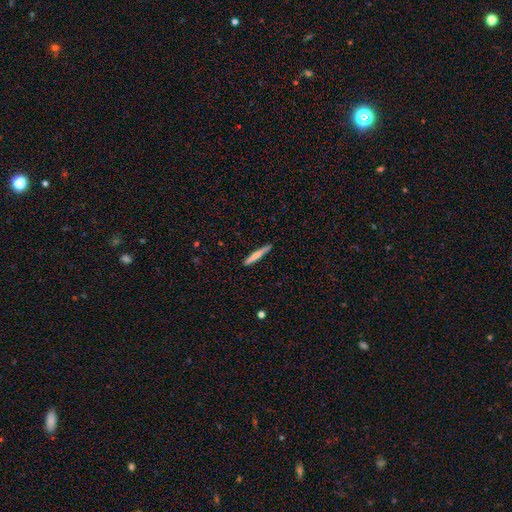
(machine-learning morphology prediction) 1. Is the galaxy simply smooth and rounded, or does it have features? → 68% smooth, 26% featured or disk, 6% star or artifact.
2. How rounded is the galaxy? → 95% cigar-shaped, 4% in between, 1% round.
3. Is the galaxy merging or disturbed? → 88% none, 9% minor disturbance, 2% major disturbance, 1% merger.